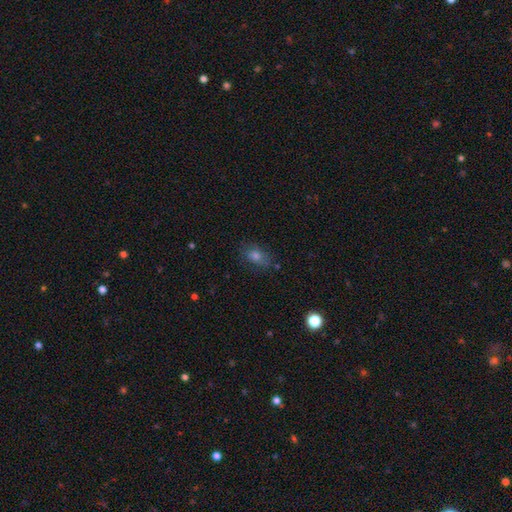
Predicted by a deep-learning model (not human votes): smooth 66%, star or artifact 20%, featured or disk 14%. Down the decision tree: how rounded — in between (69%); merging — none (74%).